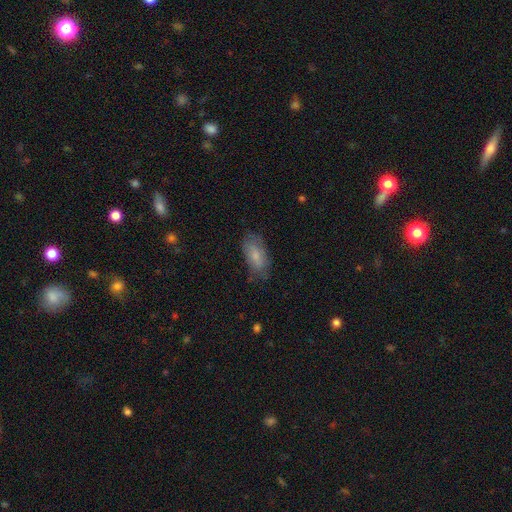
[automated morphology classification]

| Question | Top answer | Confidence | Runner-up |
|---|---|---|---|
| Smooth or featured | smooth | 73% | featured or disk (20%) |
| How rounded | in between | 87% | cigar-shaped (11%) |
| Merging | none | 69% | minor disturbance (23%) |